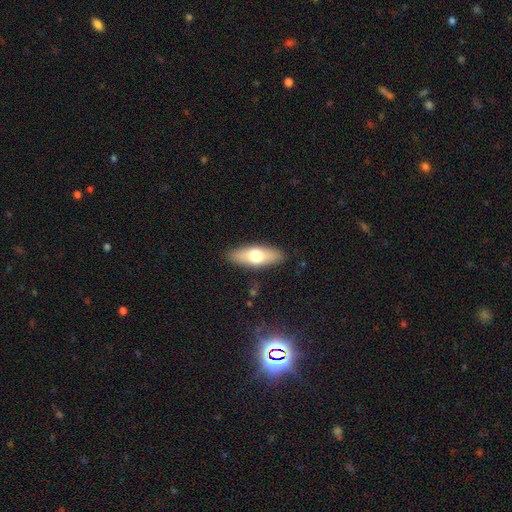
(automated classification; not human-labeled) smooth_or_featured: smooth (p=0.64) [alt: featured or disk p=0.30]
how_rounded: in between (p=0.66) [alt: cigar-shaped p=0.31]
merging: none (p=0.88) [alt: minor disturbance p=0.09]